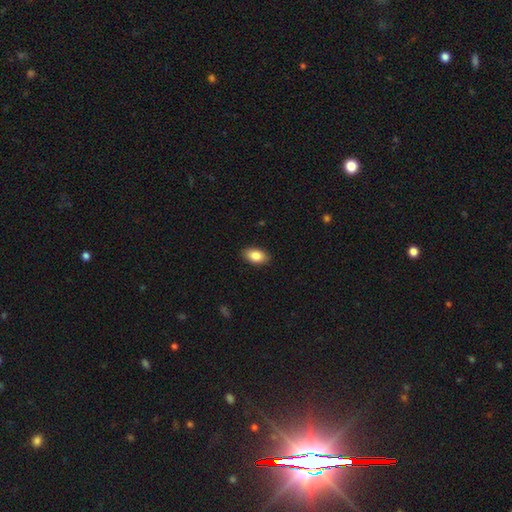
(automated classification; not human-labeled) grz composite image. It shows a smooth galaxy with no disk features (86%) that is in between round and cigar-shaped (92%). Merging: none (88%).